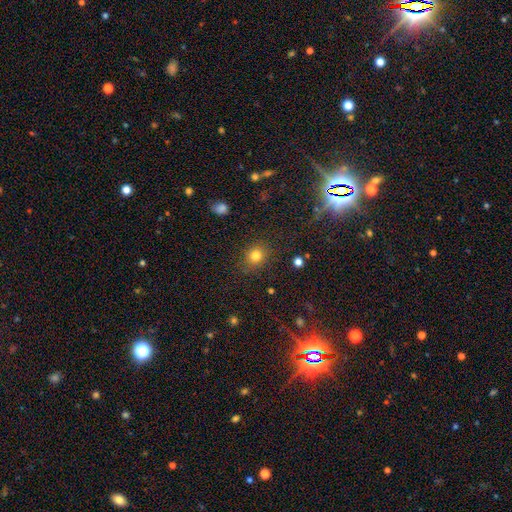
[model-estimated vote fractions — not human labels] A smooth galaxy with no disk features (79%) that is round (69%).

Vote fractions:
- Smooth or featured? smooth: 79% / star or artifact: 14% / featured or disk: 6%
- How rounded? round: 69% / in between: 30% / cigar-shaped: 1%
- Merging? none: 85% / minor disturbance: 10% / major disturbance: 4% / merger: 2%